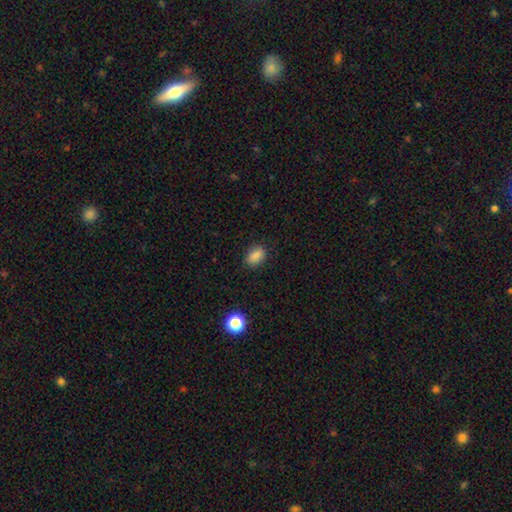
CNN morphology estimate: Overall: smooth (85%). How rounded: in between (81%). Merging: none (85%).